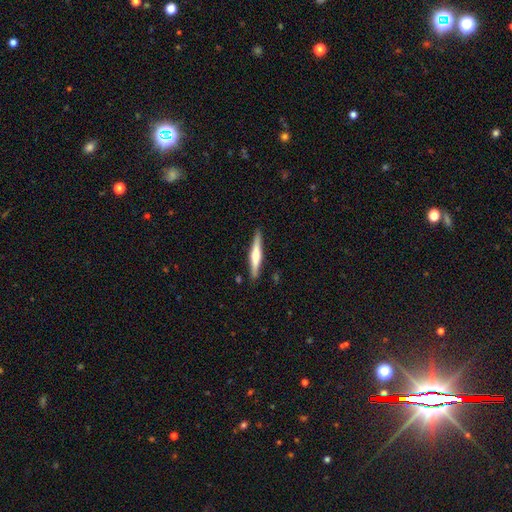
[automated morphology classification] featured or disk 53%, smooth 42%, star or artifact 5%. Down the decision tree: edge-on disk — yes (97%); edge-on bulge — rounded (70%); merging — none (89%).